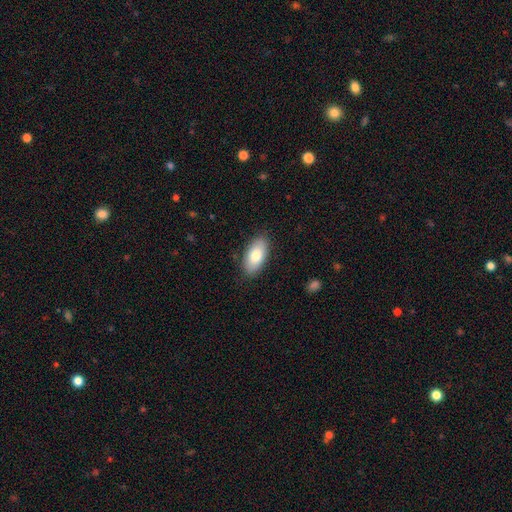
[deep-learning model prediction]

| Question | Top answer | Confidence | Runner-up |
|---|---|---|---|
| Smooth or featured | smooth | 78% | featured or disk (15%) |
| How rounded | in between | 92% | cigar-shaped (5%) |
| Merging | none | 86% | minor disturbance (10%) |